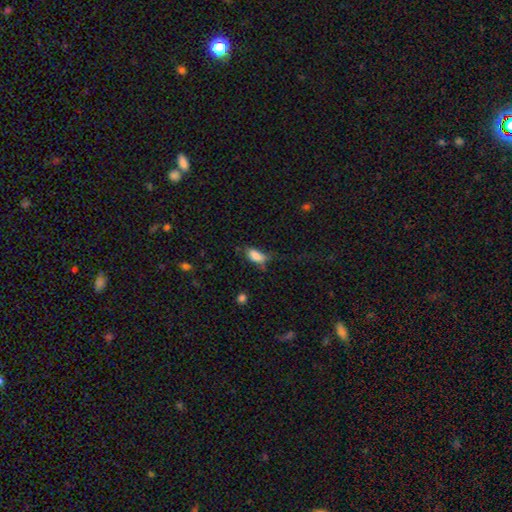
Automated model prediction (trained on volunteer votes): A smooth galaxy with no disk features (83%) that is in between round and cigar-shaped (87%). Merging: none (48%).